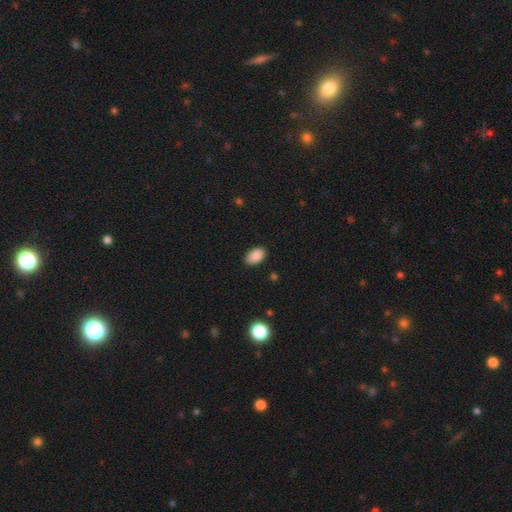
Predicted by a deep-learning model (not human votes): Smooth or featured? smooth (88%)
How rounded? in between (93%)
Merging? none (88%)